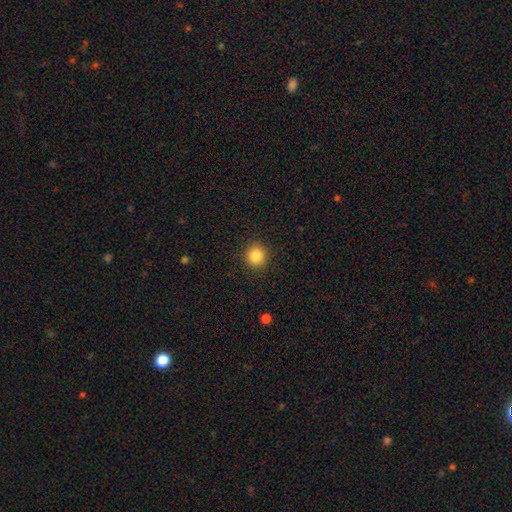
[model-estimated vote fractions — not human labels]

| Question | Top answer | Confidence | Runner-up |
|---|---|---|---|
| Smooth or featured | smooth | 84% | star or artifact (11%) |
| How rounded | round | 92% | in between (7%) |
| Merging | none | 92% | minor disturbance (5%) |